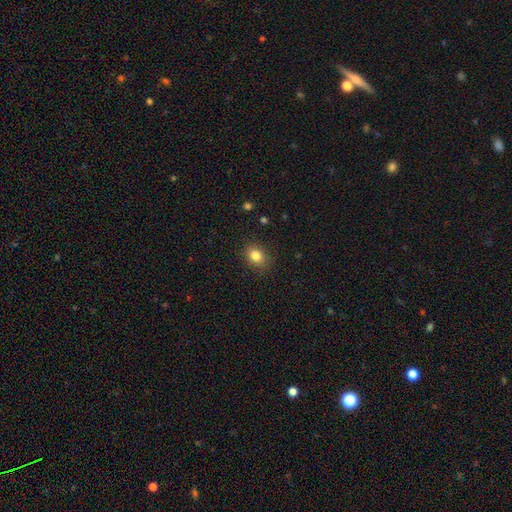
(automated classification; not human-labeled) Q: Smooth or featured?
A: smooth (82%); runner-up: star or artifact (11%)
Q: How rounded?
A: in between (53%); runner-up: round (46%)
Q: Merging?
A: none (86%); runner-up: minor disturbance (10%)